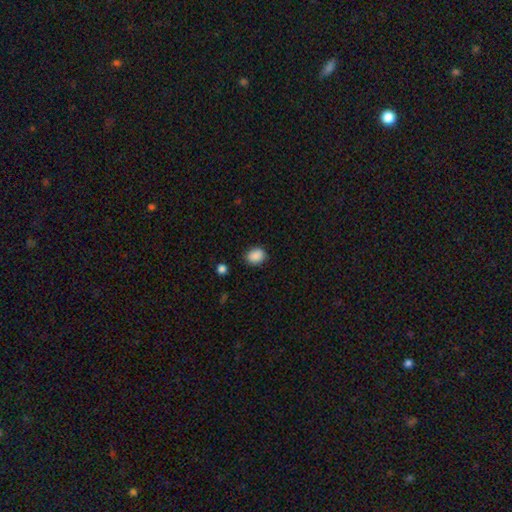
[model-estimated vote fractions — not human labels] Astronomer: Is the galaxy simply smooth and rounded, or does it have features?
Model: smooth — 89%.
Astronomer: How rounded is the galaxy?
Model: in between — 52% (runner-up: round, 47%).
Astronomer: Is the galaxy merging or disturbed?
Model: none — 86%.